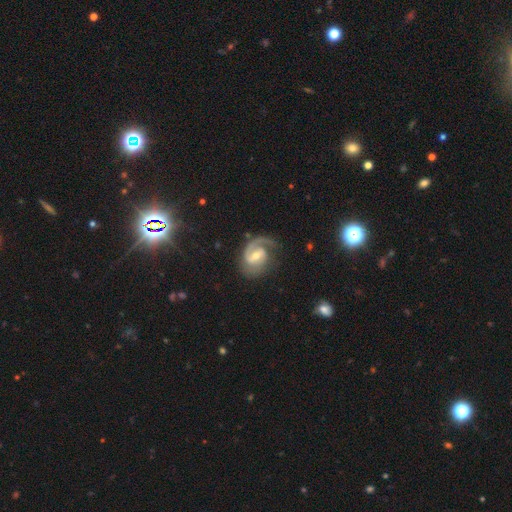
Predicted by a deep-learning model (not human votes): Smooth or featured: featured or disk — 87% (smooth — 8%)
Edge-on disk: no — 98% (yes — 2%)
Bar: weak — 54% (strong — 23%)
Spiral arms: yes — 96% (no — 4%)
Spiral winding: medium — 48% (tight — 36%)
Spiral arm count: 2 — 51% (1 — 40%)
Bulge size: moderate — 54% (small — 40%)
Merging: none — 65% (minor disturbance — 19%)